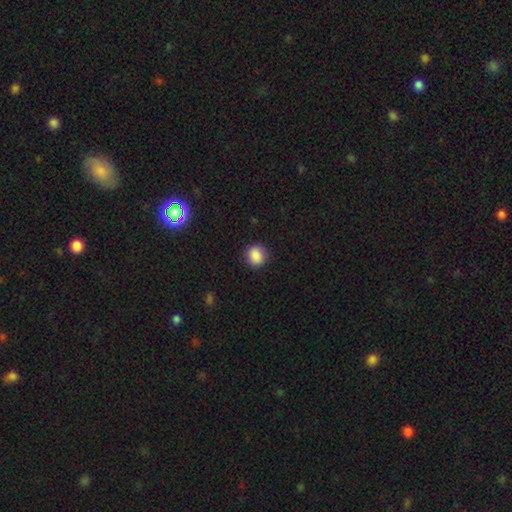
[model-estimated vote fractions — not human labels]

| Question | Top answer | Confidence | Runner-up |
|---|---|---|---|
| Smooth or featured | smooth | 88% | star or artifact (9%) |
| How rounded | round | 82% | in between (17%) |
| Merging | none | 88% | minor disturbance (8%) |